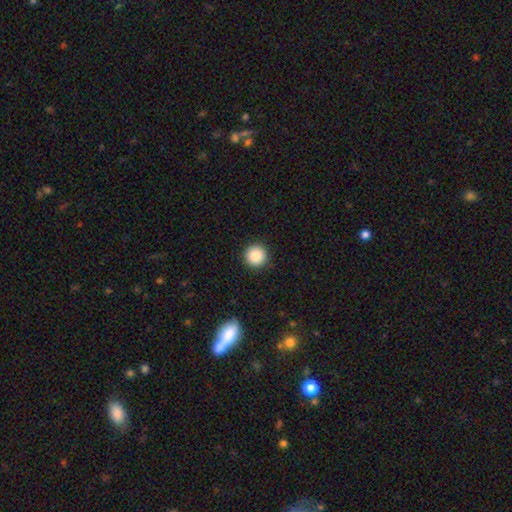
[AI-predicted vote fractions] The model was most divided on "smooth or featured": smooth: 87%, star or artifact: 9%, featured or disk: 3%. More confident: how rounded — round (96%); merging — none (93%).